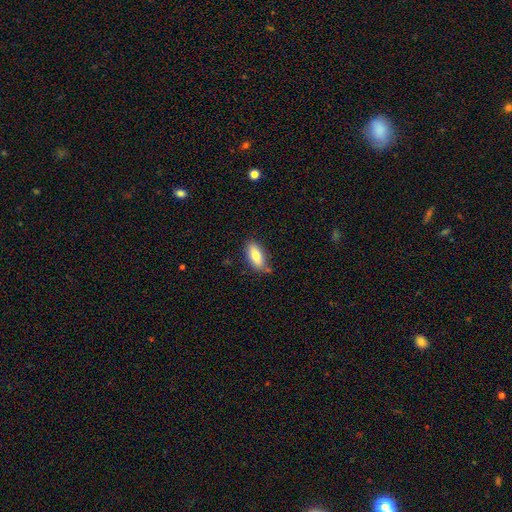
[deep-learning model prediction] Overall: smooth (75%). How rounded: in between (83%). Merging: none (77%).